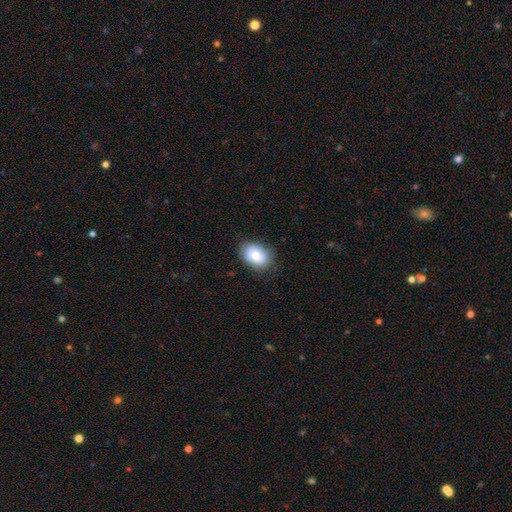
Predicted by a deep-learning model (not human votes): This is likely a smooth galaxy (78%). How rounded: likely in between (73%). Merging: clearly none (80%).